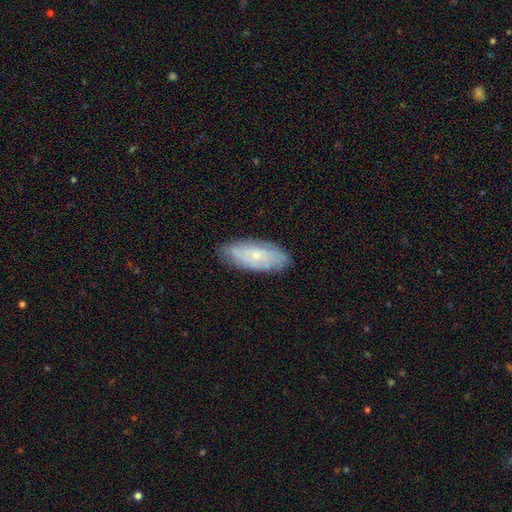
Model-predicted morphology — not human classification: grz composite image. It shows a smooth galaxy with no disk features (51%) that is in between round and cigar-shaped (82%). Merging: none (80%).